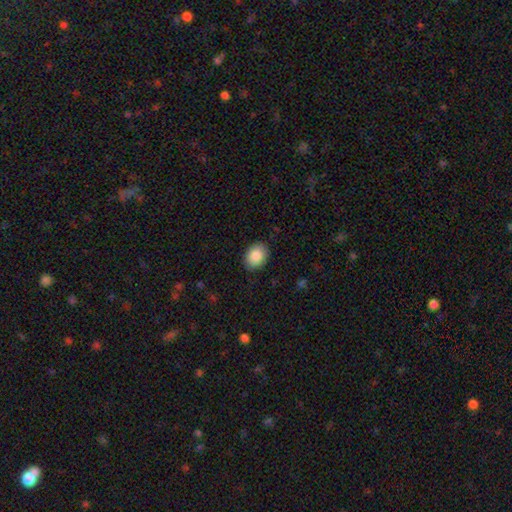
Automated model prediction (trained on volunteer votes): smooth-or-featured: smooth: 88% | star or artifact: 7% | featured or disk: 5%
  how-rounded: in between: 70% | round: 29% | cigar-shaped: 1%
  merging: none: 88% | minor disturbance: 9% | major disturbance: 2% | merger: 1%